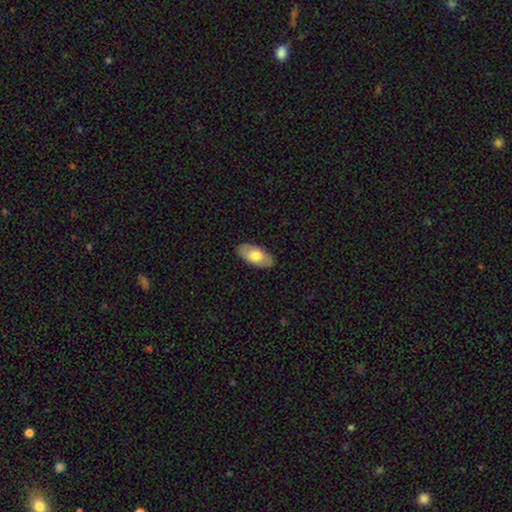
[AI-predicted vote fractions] smooth_or_featured: smooth (p=0.69) [alt: featured or disk p=0.26]
how_rounded: in between (p=0.93) [alt: cigar-shaped p=0.04]
merging: none (p=0.87) [alt: minor disturbance p=0.10]